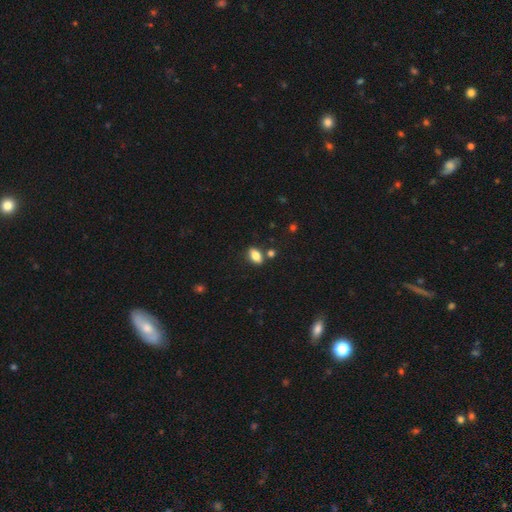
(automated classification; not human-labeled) Smooth or featured? smooth (82%)
How rounded? in between (87%)
Merging? none (79%)